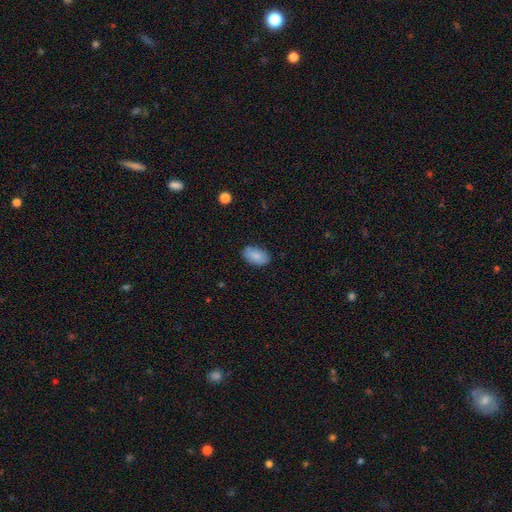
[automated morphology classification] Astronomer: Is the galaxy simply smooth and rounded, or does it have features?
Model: smooth — 87%.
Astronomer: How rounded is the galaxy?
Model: in between — 94%.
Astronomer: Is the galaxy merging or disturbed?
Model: none — 83%.